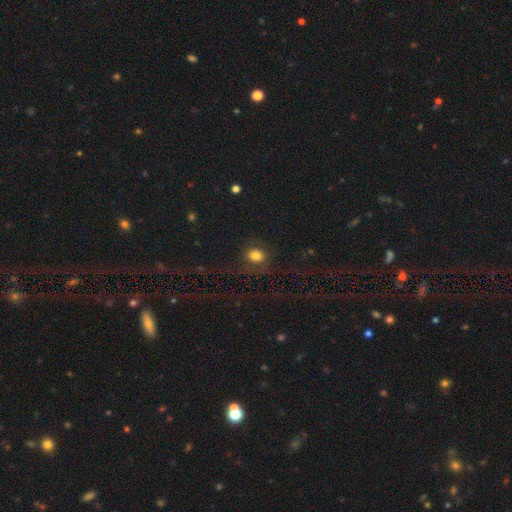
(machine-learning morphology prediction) This is likely a smooth galaxy (72%). How rounded: likely round (64%). Merging: likely none (69%).